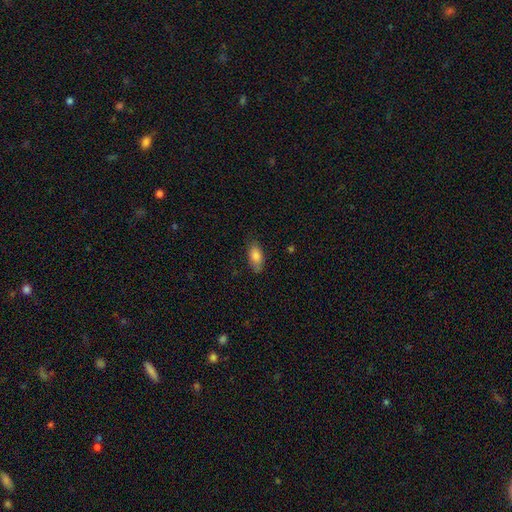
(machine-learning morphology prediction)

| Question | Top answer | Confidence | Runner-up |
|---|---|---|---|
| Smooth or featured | smooth | 84% | featured or disk (9%) |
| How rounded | in between | 89% | cigar-shaped (9%) |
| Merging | none | 80% | minor disturbance (16%) |